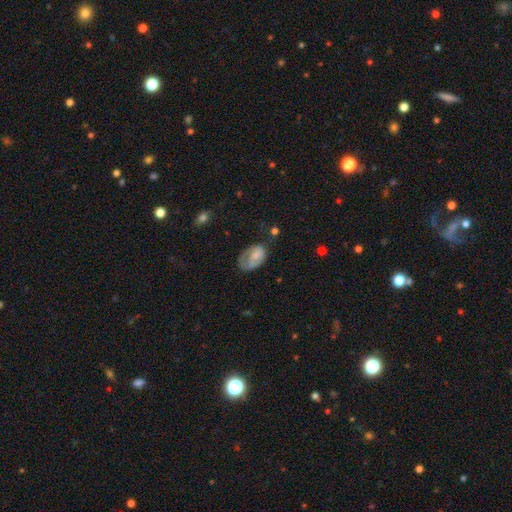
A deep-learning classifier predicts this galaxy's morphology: A smooth galaxy with no disk features (60%) that is in between round and cigar-shaped (87%).

Vote fractions:
- Smooth or featured? smooth: 60% / featured or disk: 32% / star or artifact: 8%
- How rounded? in between: 87% / round: 12% / cigar-shaped: 1%
- Merging? none: 35% / major disturbance: 32% / minor disturbance: 30% / merger: 3%